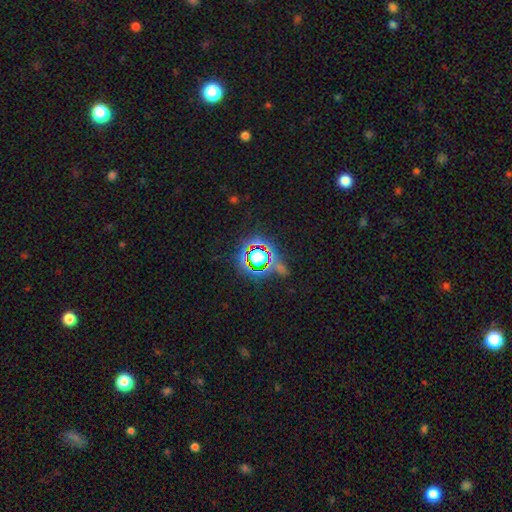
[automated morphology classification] Smooth or featured?
  - star or artifact: 70% *
  - smooth: 19%
  - featured or disk: 11%